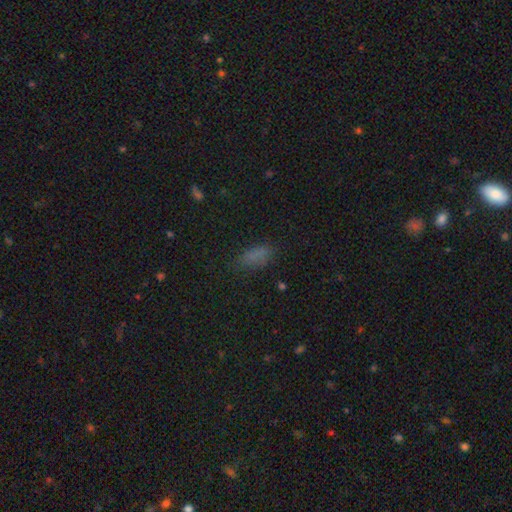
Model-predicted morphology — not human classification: Smooth or featured? Predicted: smooth (p=0.76). How rounded? Predicted: in between (p=0.79). Merging? Predicted: none (p=0.72).